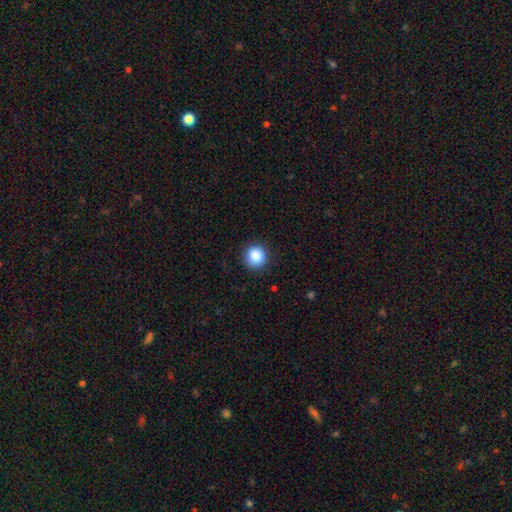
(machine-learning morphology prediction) This is clearly a smooth galaxy (88%). How rounded: clearly round (93%). Merging: clearly none (90%).